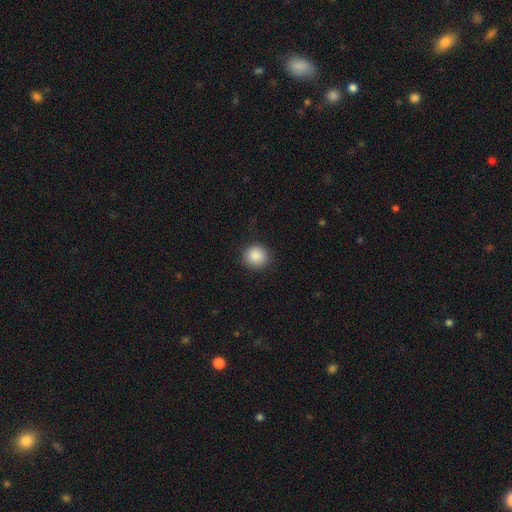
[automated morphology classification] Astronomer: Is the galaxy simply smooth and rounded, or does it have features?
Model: smooth — 88%.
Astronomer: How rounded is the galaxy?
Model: round — 91%.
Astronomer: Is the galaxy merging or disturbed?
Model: none — 89%.